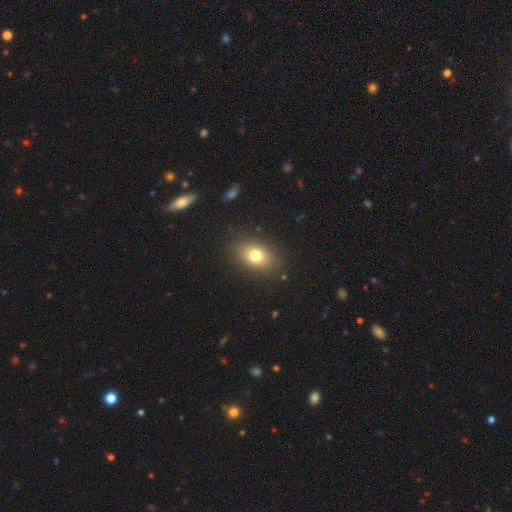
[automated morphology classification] Smooth or featured? smooth (76%)
How rounded? in between (77%)
Merging? none (86%)